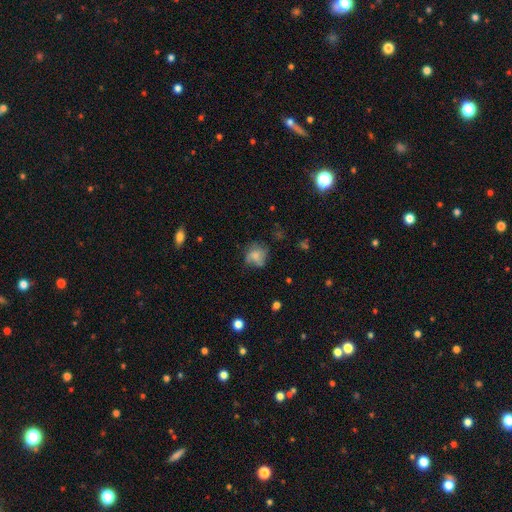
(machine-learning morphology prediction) The model was most divided on "merging": none: 52%, minor disturbance: 27%, major disturbance: 18%, merger: 3%. More confident: how rounded — round (69%); smooth or featured — smooth (62%).